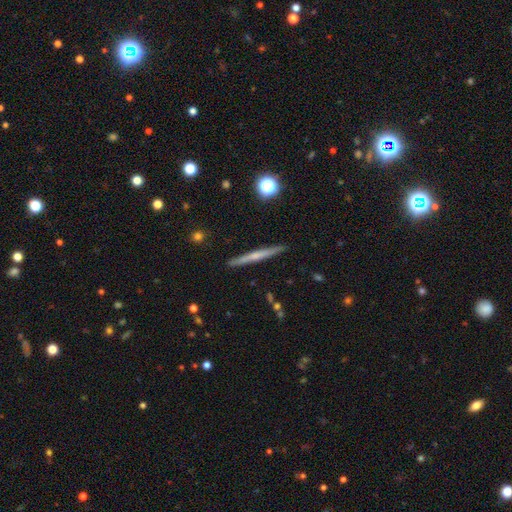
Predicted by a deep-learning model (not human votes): Smooth or featured? featured or disk (55%)
Edge-on disk? yes (97%)
Edge-on bulge? none (60%)
Merging? none (91%)